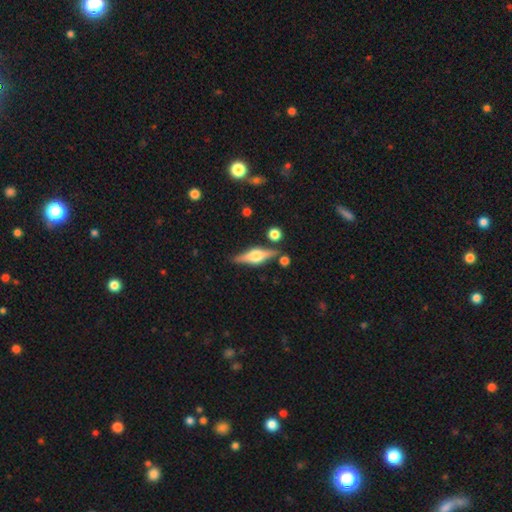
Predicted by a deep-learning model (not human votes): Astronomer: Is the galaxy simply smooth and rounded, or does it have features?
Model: featured or disk — 74%.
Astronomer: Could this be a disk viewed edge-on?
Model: yes — 96%.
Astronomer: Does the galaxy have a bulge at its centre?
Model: rounded — 92%.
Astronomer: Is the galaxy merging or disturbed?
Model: none — 84%.